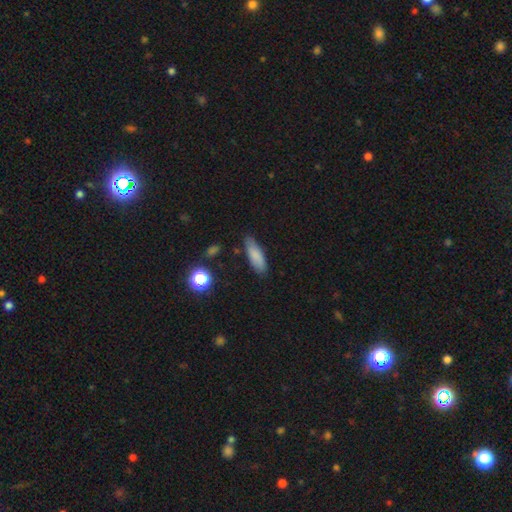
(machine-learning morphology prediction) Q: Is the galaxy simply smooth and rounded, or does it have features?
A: smooth — 81%.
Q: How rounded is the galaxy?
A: in between — 60%.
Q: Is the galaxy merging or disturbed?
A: none — 79%.